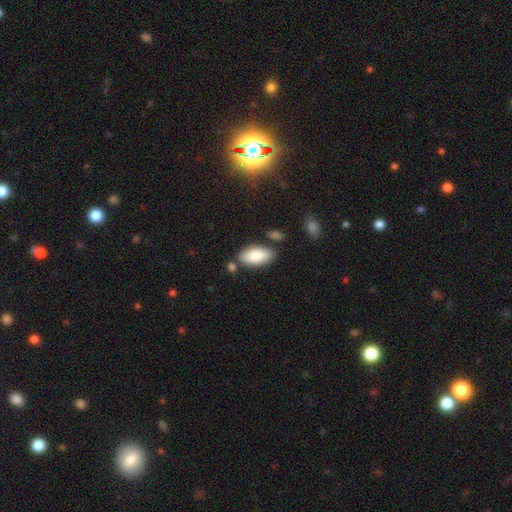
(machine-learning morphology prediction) Smooth or featured: smooth — 84% (featured or disk — 10%)
How rounded: in between — 92% (cigar-shaped — 6%)
Merging: none — 77% (minor disturbance — 12%)